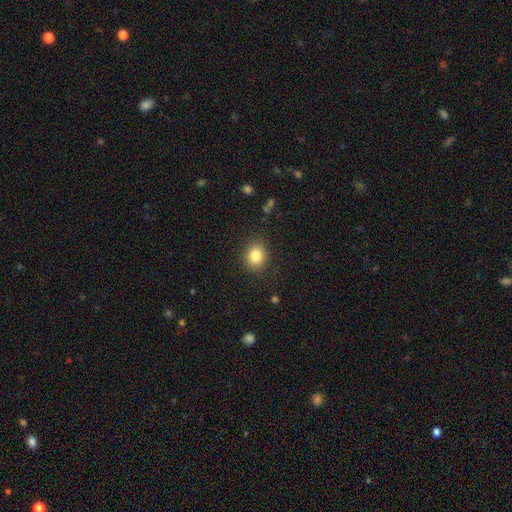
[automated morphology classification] This is clearly a smooth galaxy (84%). How rounded: likely round (65%). Merging: clearly none (88%).